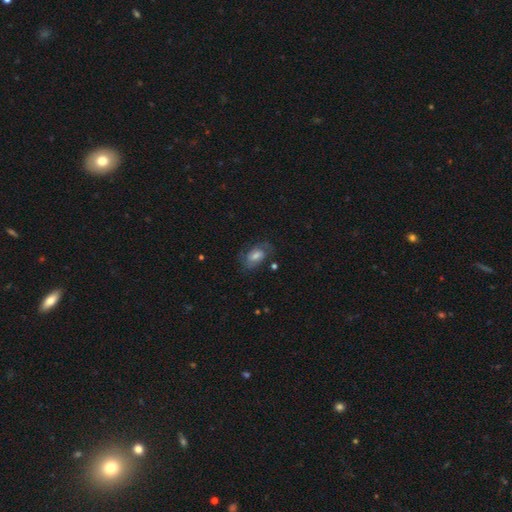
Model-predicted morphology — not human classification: smooth_or_featured: featured or disk (p=0.55) [alt: smooth p=0.33]
disk_edge_on: no (p=0.95) [alt: yes p=0.05]
bar: no (p=0.52) [alt: weak p=0.39]
has_spiral_arms: yes (p=0.83) [alt: no p=0.17]
bulge_size: moderate (p=0.47) [alt: small p=0.27]
merging: none (p=0.67) [alt: minor disturbance p=0.20]